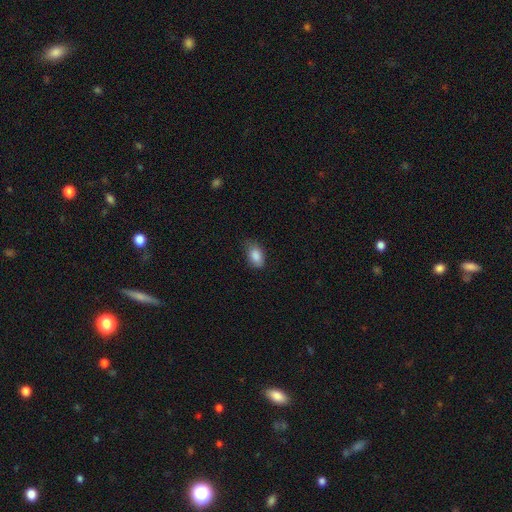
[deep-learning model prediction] A smooth galaxy with no disk features (87%) that is in between round and cigar-shaped (89%). Merging: none (70%).